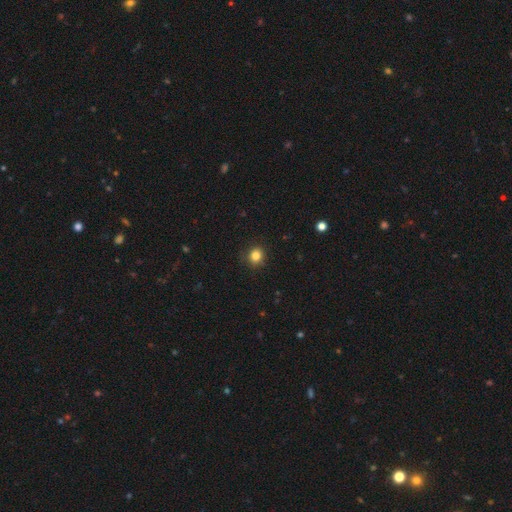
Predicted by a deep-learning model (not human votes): Smooth or featured? Predicted: smooth (p=0.84). How rounded? Predicted: round (p=0.81). Merging? Predicted: none (p=0.88).